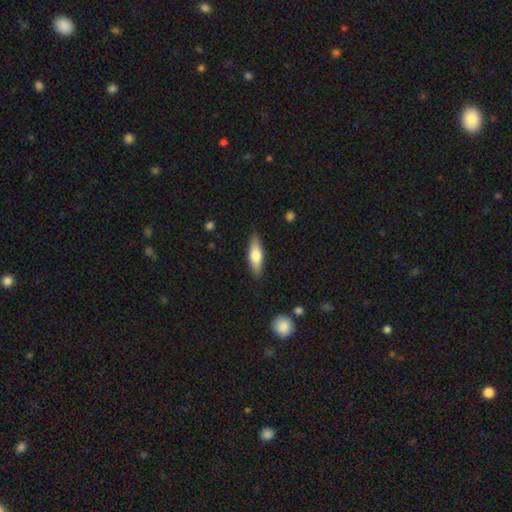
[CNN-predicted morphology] This appears to be a smooth galaxy with no disk features (61%) that is cigar-shaped (52%). Merging: none (87%).